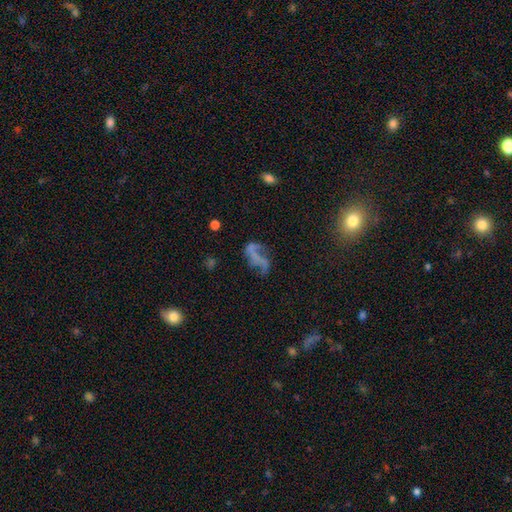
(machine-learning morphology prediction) Overall: featured or disk (59%; smooth 24%). Edge-on disk: no (95%). Bar: no (59%; weak 22%). Spiral arms: yes (61%; no 39%). Bulge size: none (79%). Merging: none (40%; major disturbance 33%).